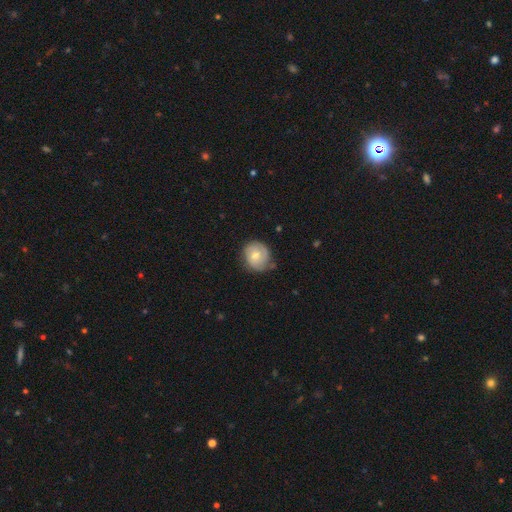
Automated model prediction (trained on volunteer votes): This is possibly a smooth galaxy (58%). How rounded: likely round (77%). Merging: likely none (67%).